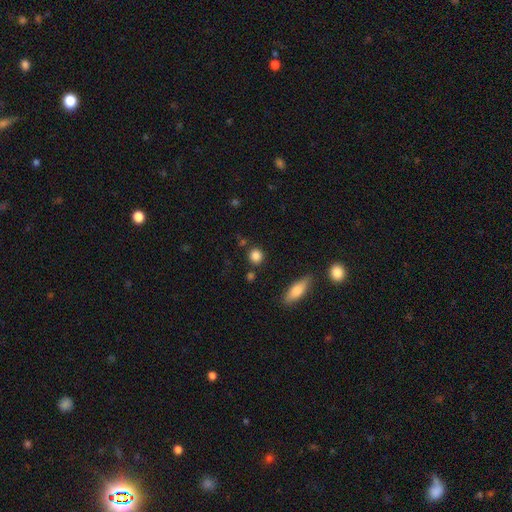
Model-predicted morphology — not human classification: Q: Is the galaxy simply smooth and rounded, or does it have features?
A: smooth — 85%.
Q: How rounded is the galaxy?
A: round — 87%.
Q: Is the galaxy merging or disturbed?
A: none — 84%.